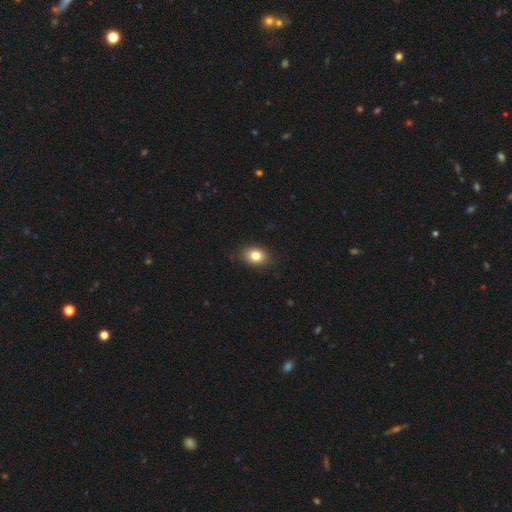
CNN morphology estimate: A smooth galaxy with no disk features (82%) that is in between round and cigar-shaped (71%).

Vote fractions:
- Smooth or featured? smooth: 82% / star or artifact: 10% / featured or disk: 9%
- How rounded? in between: 71% / round: 28% / cigar-shaped: 1%
- Merging? none: 85% / minor disturbance: 12% / major disturbance: 2% / merger: 1%